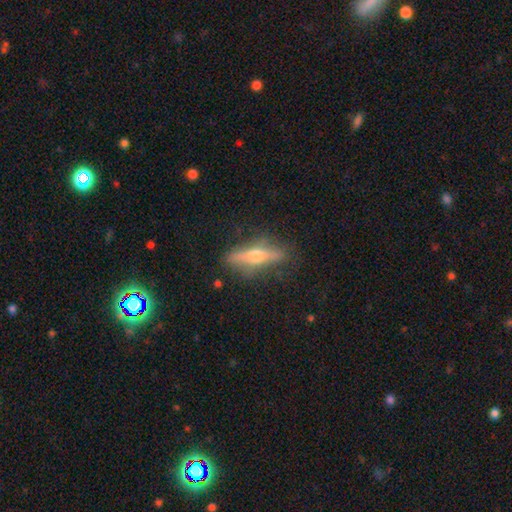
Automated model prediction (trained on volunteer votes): smooth_or_featured: featured or disk (p=0.61) [alt: smooth p=0.32]
disk_edge_on: yes (p=0.92) [alt: no p=0.08]
edge_on_bulge: rounded (p=0.93) [alt: boxy p=0.04]
merging: none (p=0.83) [alt: minor disturbance p=0.12]